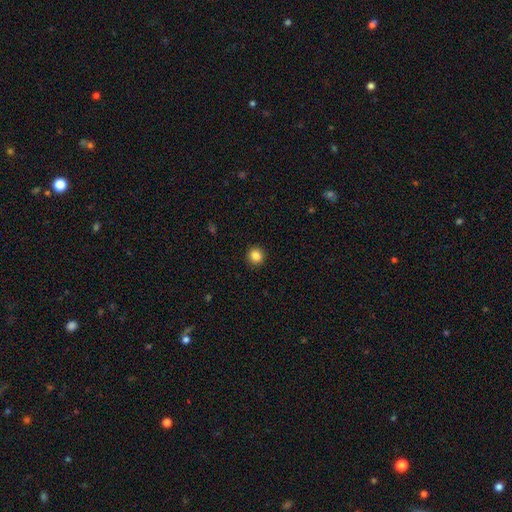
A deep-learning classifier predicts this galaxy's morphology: smooth-or-featured: smooth: 85% | star or artifact: 11% | featured or disk: 5%
  how-rounded: round: 93% | in between: 6% | cigar-shaped: 1%
  merging: none: 93% | minor disturbance: 5% | major disturbance: 2% | merger: 1%